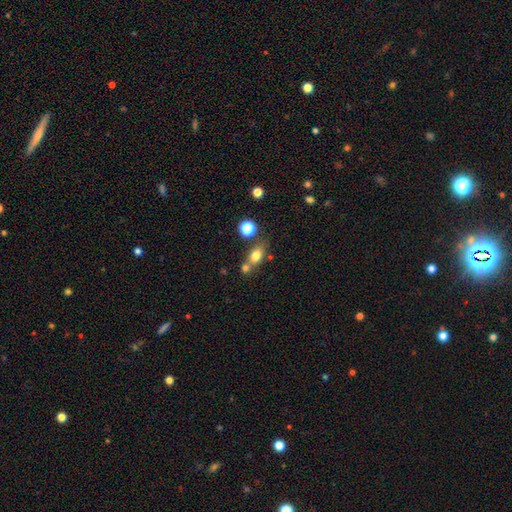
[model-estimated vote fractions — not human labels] This is likely a smooth galaxy (77%). How rounded: likely in between (70%). Merging: possibly none (54%).